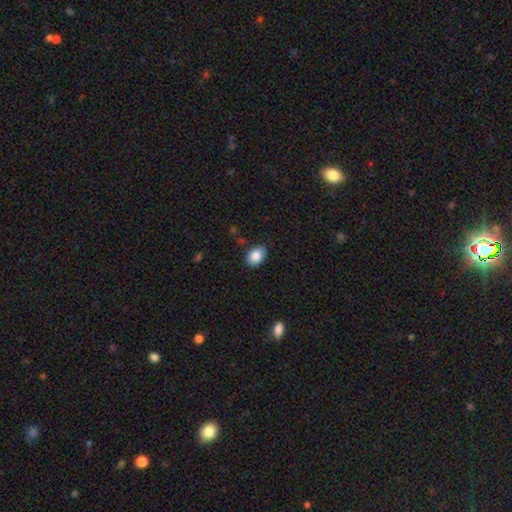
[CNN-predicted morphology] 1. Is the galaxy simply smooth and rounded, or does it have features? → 86% smooth, 8% star or artifact, 6% featured or disk.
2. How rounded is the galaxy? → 80% in between, 19% round, 1% cigar-shaped.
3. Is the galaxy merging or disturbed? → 85% none, 11% minor disturbance, 2% major disturbance, 1% merger.